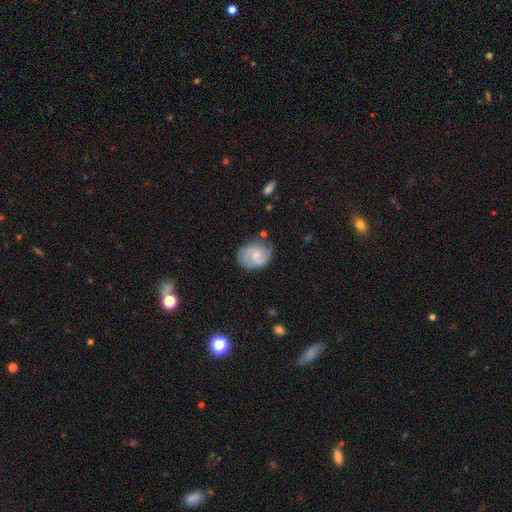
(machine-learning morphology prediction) Smooth or featured? Predicted: featured or disk (p=0.66). Edge-on disk? Predicted: no (p=0.98). Bar? Predicted: no (p=0.53). Spiral arms? Predicted: yes (p=0.91). Spiral winding? Predicted: medium (p=0.48). Spiral arm count? Predicted: 2 (p=0.70). Bulge size? Predicted: small (p=0.52). Merging? Predicted: none (p=0.66).